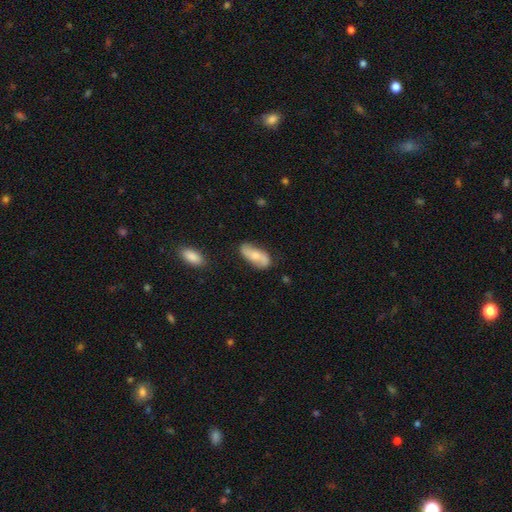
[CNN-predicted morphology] This appears to be a smooth galaxy with no disk features (51%) that is in between round and cigar-shaped (81%). Merging: none (71%).